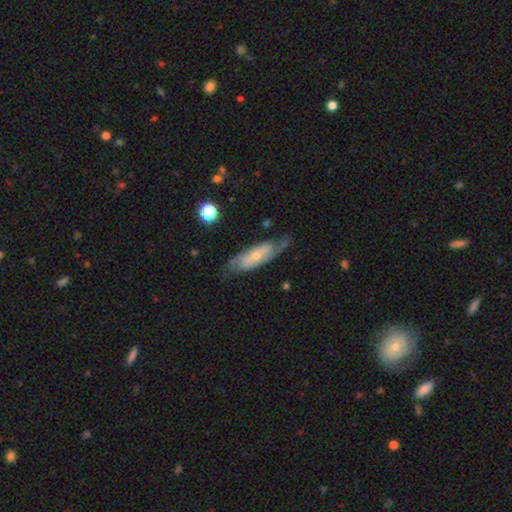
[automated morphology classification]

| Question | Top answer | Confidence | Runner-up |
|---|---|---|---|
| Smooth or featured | featured or disk | 70% | smooth (24%) |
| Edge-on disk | no | 82% | yes (18%) |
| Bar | no | 50% | weak (34%) |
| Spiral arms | yes | 89% | no (11%) |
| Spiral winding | medium | 44% | tight (35%) |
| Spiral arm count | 2 | 75% | can't tell (16%) |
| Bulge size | small | 58% | moderate (34%) |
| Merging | none | 69% | minor disturbance (20%) |